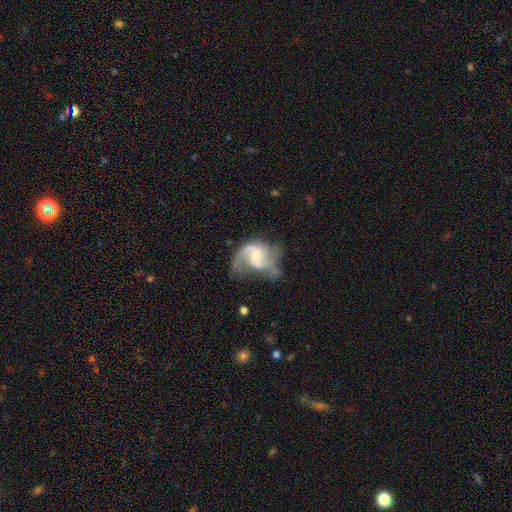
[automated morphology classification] Overall: featured or disk (87%). Edge-on disk: no (98%). Bar: weak (46%; no 43%). Spiral arms: yes (96%). Spiral arm count: 2 (83%). Spiral winding: medium (52%; loose 35%). Bulge size: small (53%; moderate 39%). Merging: none (53%; minor disturbance 23%).